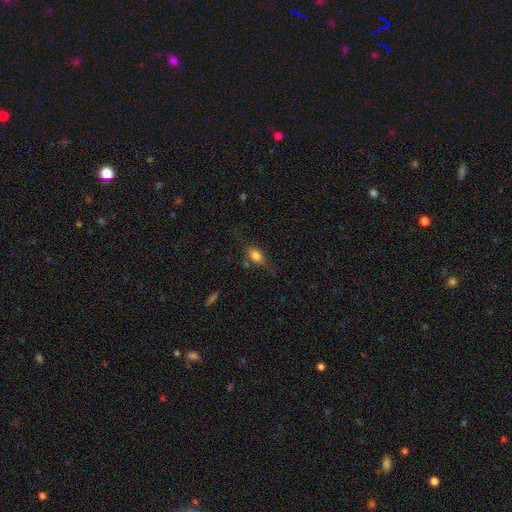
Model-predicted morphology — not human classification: Smooth or featured?
  - smooth: 72% *
  - featured or disk: 18%
  - star or artifact: 10%
How rounded?
  - in between: 74% *
  - round: 16%
  - cigar-shaped: 11%
Merging?
  - none: 61% *
  - minor disturbance: 25%
  - major disturbance: 11%
  - merger: 4%